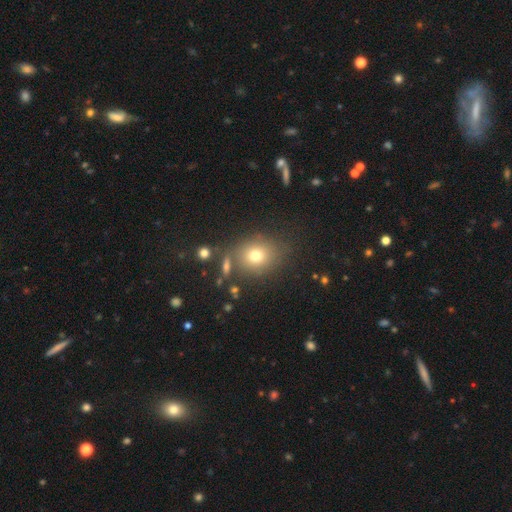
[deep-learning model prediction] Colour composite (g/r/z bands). It shows a smooth galaxy with no disk features (73%) that is round (67%). Merging: none (74%).